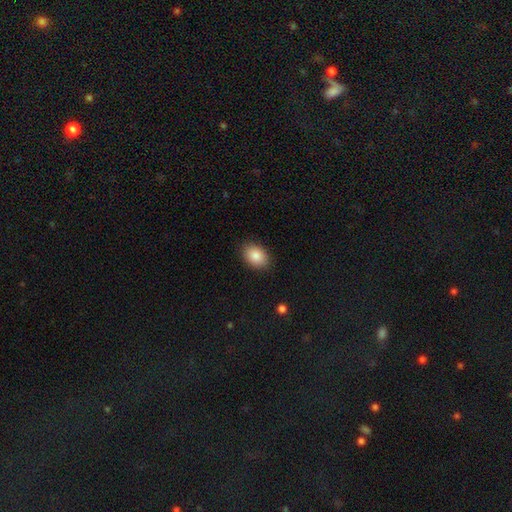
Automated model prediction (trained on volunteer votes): Smooth or featured?
  - smooth: 87% *
  - star or artifact: 7%
  - featured or disk: 6%
How rounded?
  - in between: 81% *
  - round: 18%
  - cigar-shaped: 1%
Merging?
  - none: 88% *
  - minor disturbance: 9%
  - major disturbance: 2%
  - merger: 1%